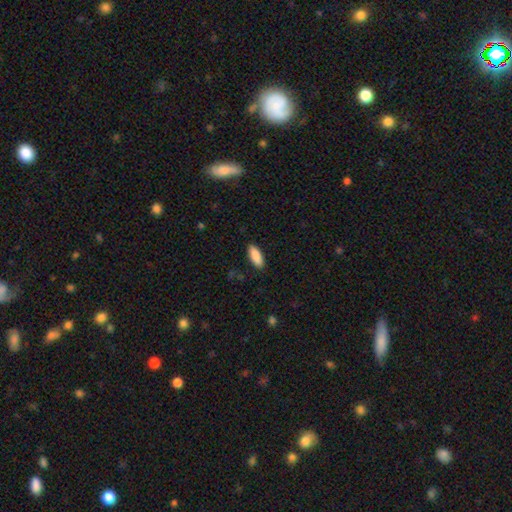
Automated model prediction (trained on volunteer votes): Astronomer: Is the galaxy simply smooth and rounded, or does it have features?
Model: smooth — 89%.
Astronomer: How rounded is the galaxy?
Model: in between — 79%.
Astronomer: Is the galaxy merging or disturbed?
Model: none — 89%.